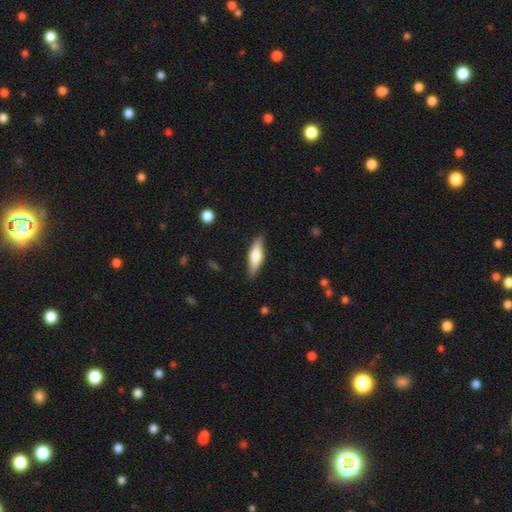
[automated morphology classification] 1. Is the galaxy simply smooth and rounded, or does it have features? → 60% smooth, 35% featured or disk, 6% star or artifact.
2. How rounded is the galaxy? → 58% cigar-shaped, 40% in between, 2% round.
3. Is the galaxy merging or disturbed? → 86% none, 11% minor disturbance, 2% major disturbance, 1% merger.